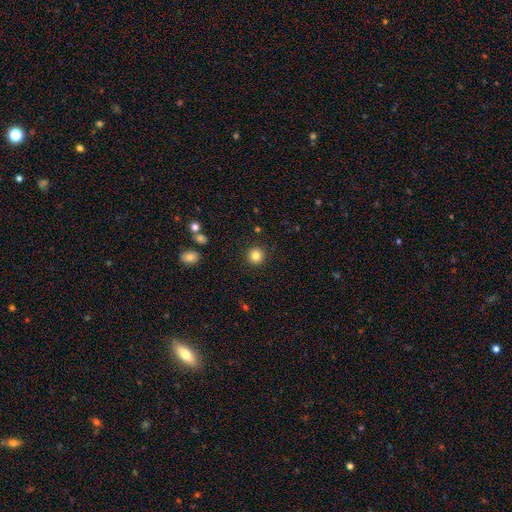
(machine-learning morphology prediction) Smooth or featured? smooth (83%)
How rounded? round (94%)
Merging? none (91%)